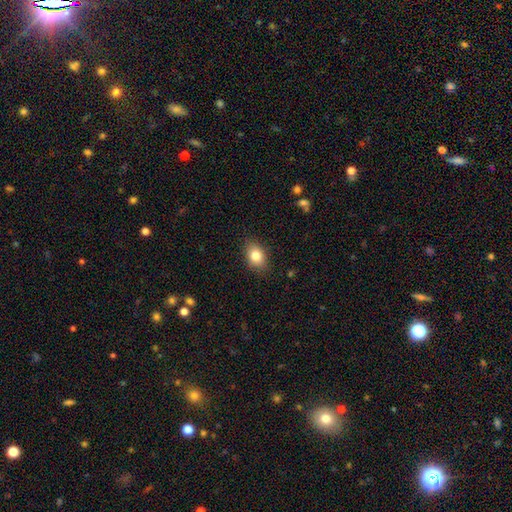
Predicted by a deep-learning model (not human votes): This is clearly a smooth galaxy (83%). How rounded: likely in between (76%). Merging: clearly none (86%).